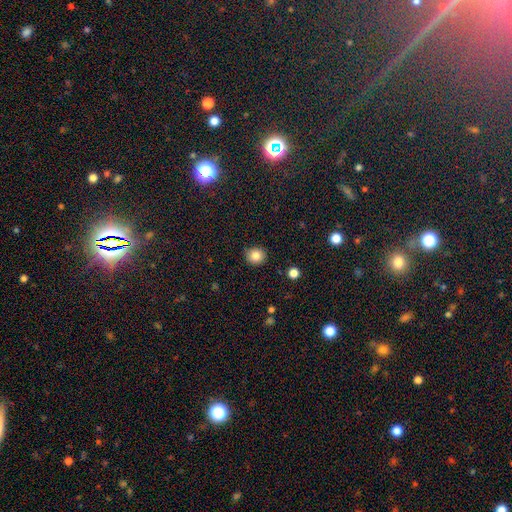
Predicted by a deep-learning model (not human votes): Smooth or featured? smooth (84%)
How rounded? round (89%)
Merging? none (89%)